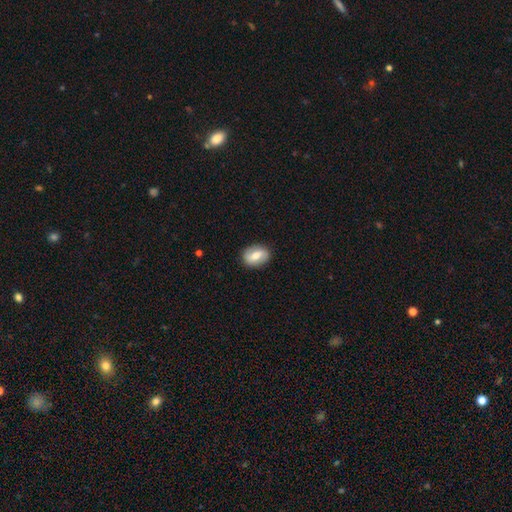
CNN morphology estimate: smooth 53%, featured or disk 40%, star or artifact 7%. Down the decision tree: how rounded — in between (71%); merging — none (87%).